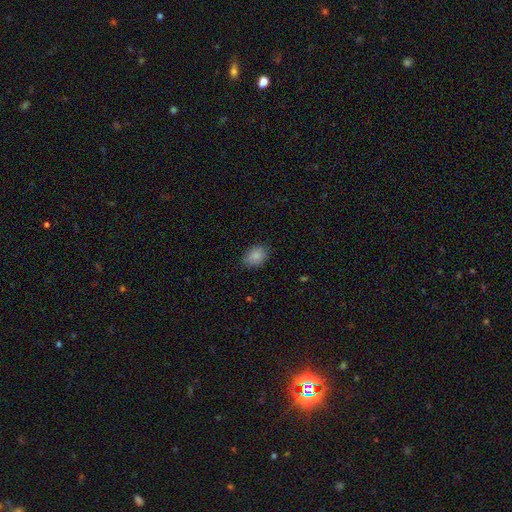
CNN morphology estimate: The model was most divided on "how rounded": in between: 71%, round: 28%, cigar-shaped: 1%. More confident: smooth or featured — smooth (86%); merging — none (82%).